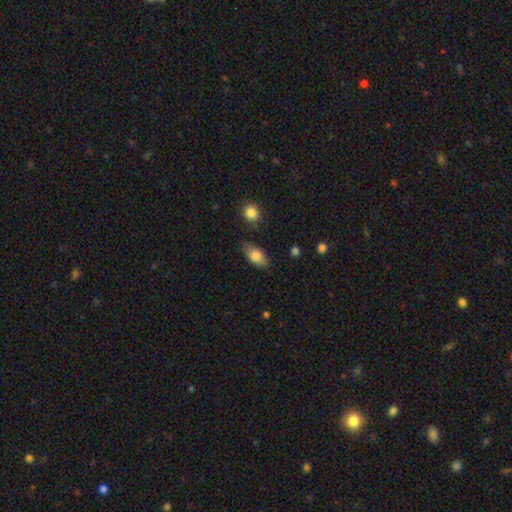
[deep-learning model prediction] Q: Smooth or featured?
A: smooth (81%); runner-up: featured or disk (12%)
Q: How rounded?
A: in between (89%); runner-up: round (6%)
Q: Merging?
A: none (75%); runner-up: minor disturbance (18%)